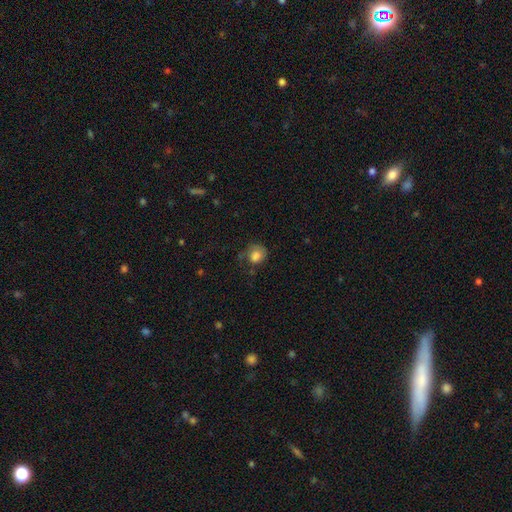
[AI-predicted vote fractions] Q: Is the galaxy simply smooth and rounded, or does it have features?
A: smooth — 75%.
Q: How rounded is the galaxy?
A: round — 66%.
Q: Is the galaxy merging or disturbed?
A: none — 43%.